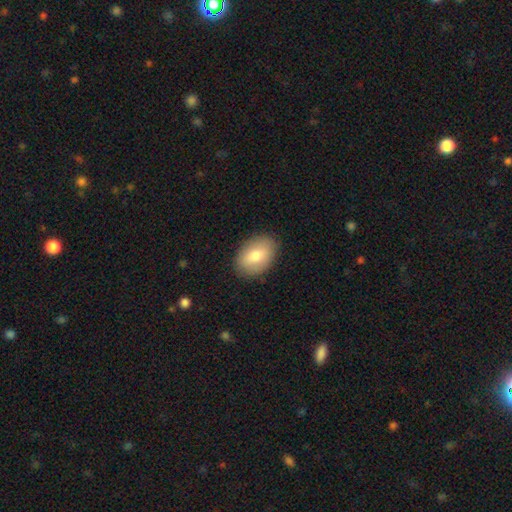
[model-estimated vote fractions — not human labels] This is likely a smooth galaxy (76%). How rounded: clearly in between (87%). Merging: clearly none (87%).